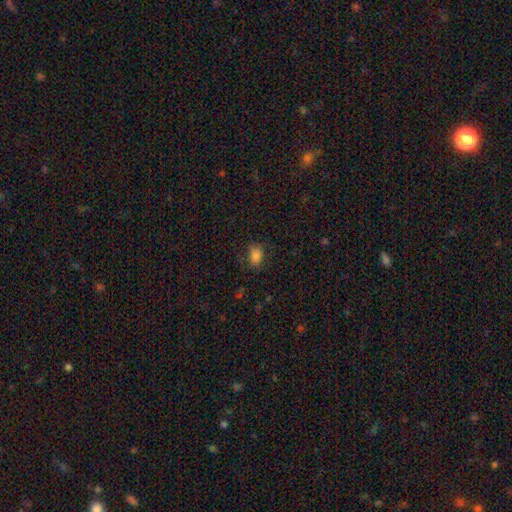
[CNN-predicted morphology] Smooth or featured? Predicted: smooth (p=0.83). How rounded? Predicted: in between (p=0.71). Merging? Predicted: none (p=0.77).